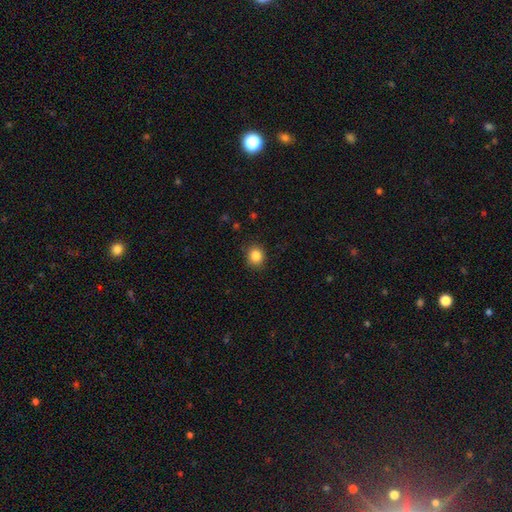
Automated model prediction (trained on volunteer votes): smooth_or_featured: smooth (p=0.85) [alt: star or artifact p=0.10]
how_rounded: round (p=0.79) [alt: in between p=0.20]
merging: none (p=0.87) [alt: minor disturbance p=0.09]